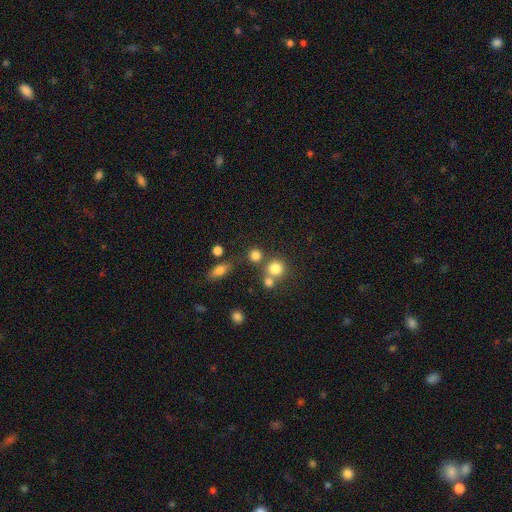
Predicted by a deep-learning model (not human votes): Q: Smooth or featured?
A: smooth (80%); runner-up: star or artifact (13%)
Q: How rounded?
A: round (88%); runner-up: in between (11%)
Q: Merging?
A: none (66%); runner-up: merger (21%)